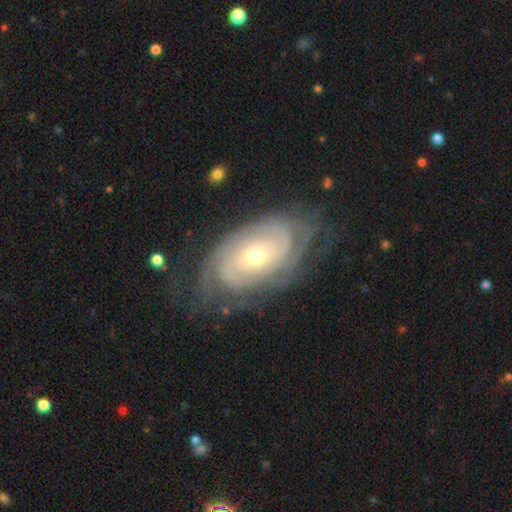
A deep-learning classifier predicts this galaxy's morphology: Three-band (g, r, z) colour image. It shows a featured or disk galaxy (86%) with no bar (76%), tight (80%) spiral arms (96%) and a small central bulge (52%). Merging: none (73%).